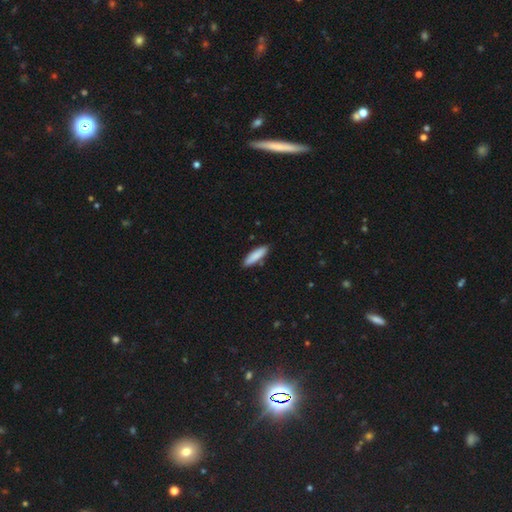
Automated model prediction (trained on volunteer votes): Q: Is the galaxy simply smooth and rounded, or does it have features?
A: smooth — 87%.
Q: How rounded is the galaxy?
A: cigar-shaped — 68%.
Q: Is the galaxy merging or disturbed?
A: none — 85%.